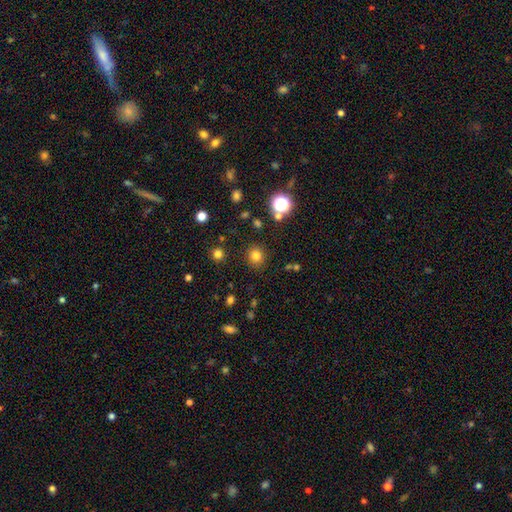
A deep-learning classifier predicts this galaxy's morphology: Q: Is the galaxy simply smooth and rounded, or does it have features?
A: smooth — 79%.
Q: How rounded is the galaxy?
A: round — 87%.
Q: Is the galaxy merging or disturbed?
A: none — 88%.